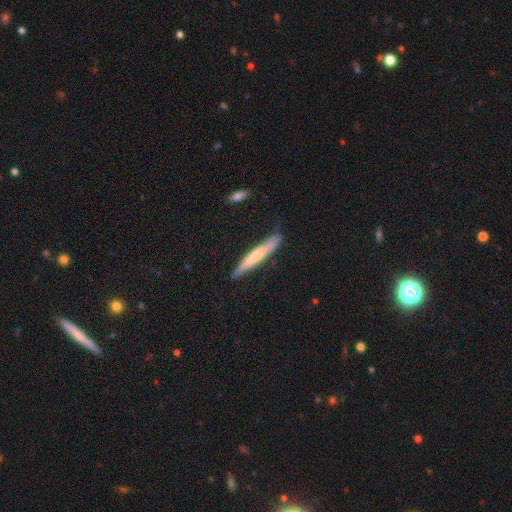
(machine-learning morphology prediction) Q: Smooth or featured?
A: smooth (61%); runner-up: featured or disk (34%)
Q: How rounded?
A: cigar-shaped (94%); runner-up: in between (5%)
Q: Merging?
A: none (79%); runner-up: minor disturbance (16%)